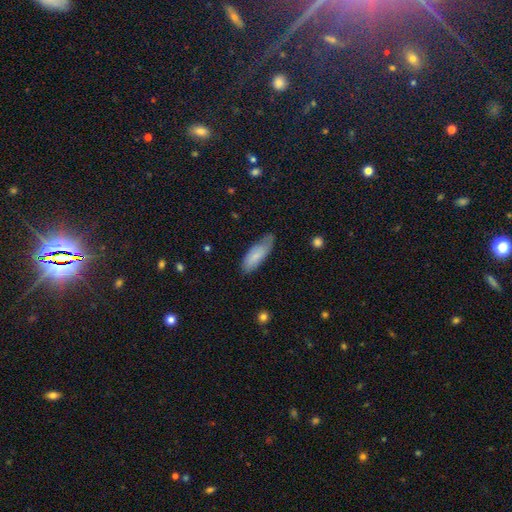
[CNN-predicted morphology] Smooth or featured? Predicted: smooth (p=0.78). How rounded? Predicted: in between (p=0.69). Merging? Predicted: none (p=0.58).